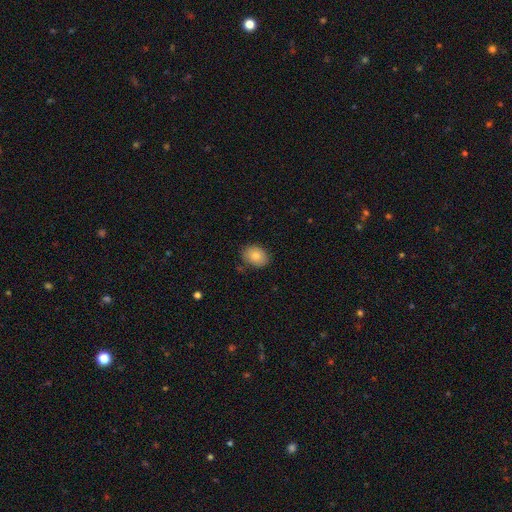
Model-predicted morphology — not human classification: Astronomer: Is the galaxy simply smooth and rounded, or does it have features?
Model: smooth — 84%.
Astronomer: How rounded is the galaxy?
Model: in between — 70%.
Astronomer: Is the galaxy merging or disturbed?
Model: none — 82%.